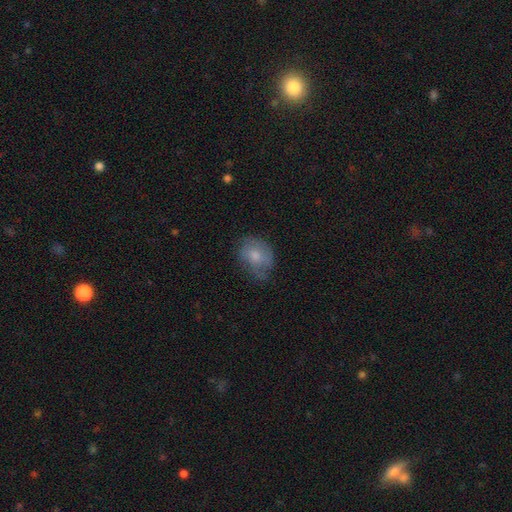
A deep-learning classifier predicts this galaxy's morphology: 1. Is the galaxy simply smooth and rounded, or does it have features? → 56% smooth, 36% featured or disk, 8% star or artifact.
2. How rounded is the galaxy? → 66% in between, 33% round, 1% cigar-shaped.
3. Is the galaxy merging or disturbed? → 57% none, 29% minor disturbance, 12% major disturbance, 1% merger.